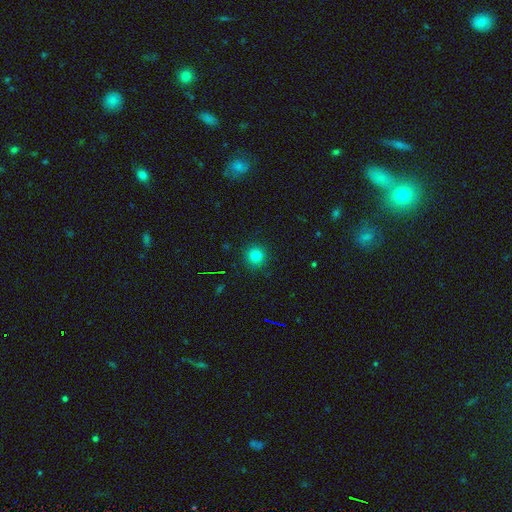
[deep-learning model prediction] This is clearly a smooth galaxy (80%). How rounded: clearly round (95%). Merging: clearly none (91%).